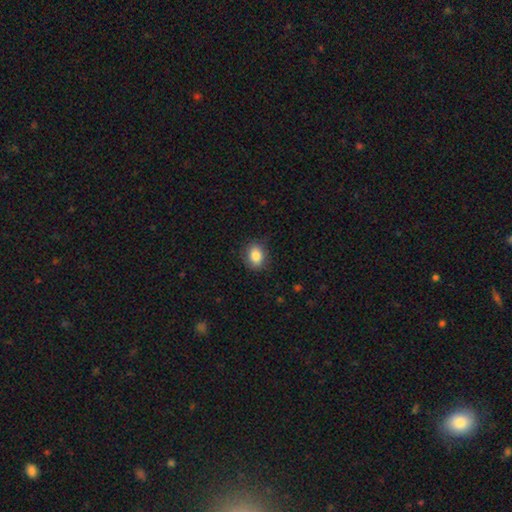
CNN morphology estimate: smooth_or_featured: smooth (p=0.85) [alt: star or artifact p=0.09]
how_rounded: in between (p=0.61) [alt: round p=0.38]
merging: none (p=0.84) [alt: minor disturbance p=0.12]